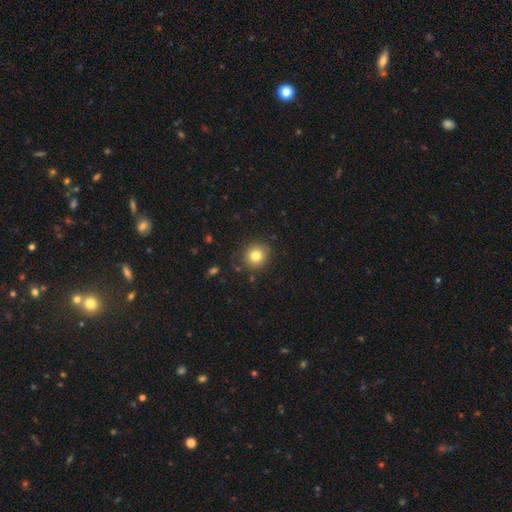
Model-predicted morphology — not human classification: Smooth or featured: smooth — 80% (star or artifact — 11%)
How rounded: round — 90% (in between — 9%)
Merging: none — 86% (minor disturbance — 9%)